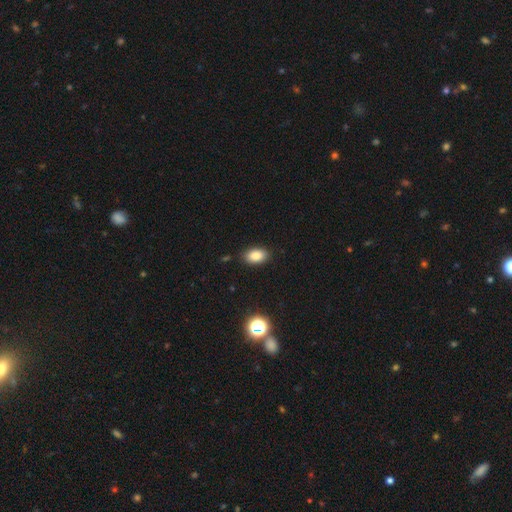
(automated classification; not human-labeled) Smooth or featured? smooth (85%)
How rounded? in between (89%)
Merging? none (86%)